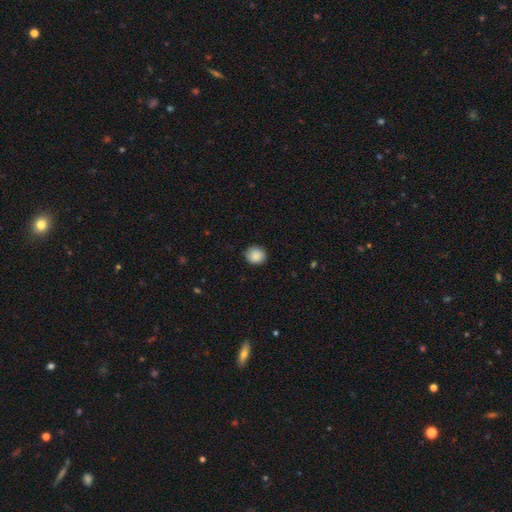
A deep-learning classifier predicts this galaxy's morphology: type=smooth (89%); roundness=round (83%); merging=none (88%).